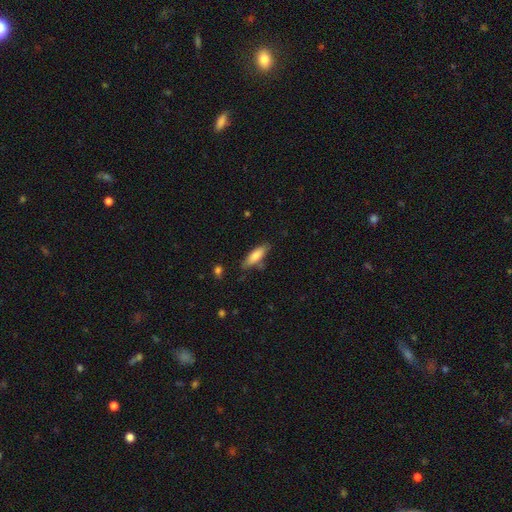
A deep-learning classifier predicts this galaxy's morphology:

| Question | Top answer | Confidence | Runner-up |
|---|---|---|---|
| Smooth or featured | smooth | 77% | featured or disk (17%) |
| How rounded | cigar-shaped | 49% | tied: in between (49%) |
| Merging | none | 74% | minor disturbance (18%) |